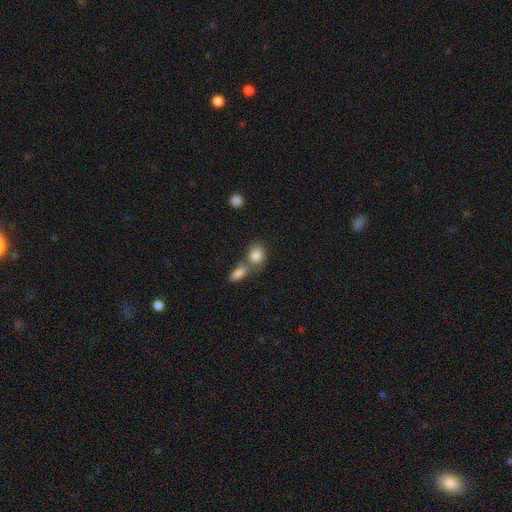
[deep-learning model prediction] A smooth galaxy with no disk features (84%) that is in between round and cigar-shaped (57%). Merging: merger (47%).